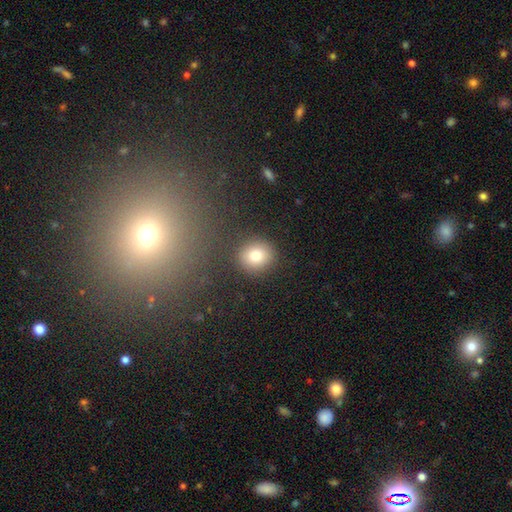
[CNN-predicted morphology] smooth 80%, star or artifact 11%, featured or disk 9%. Down the decision tree: how rounded — round (81%); merging — none (88%).